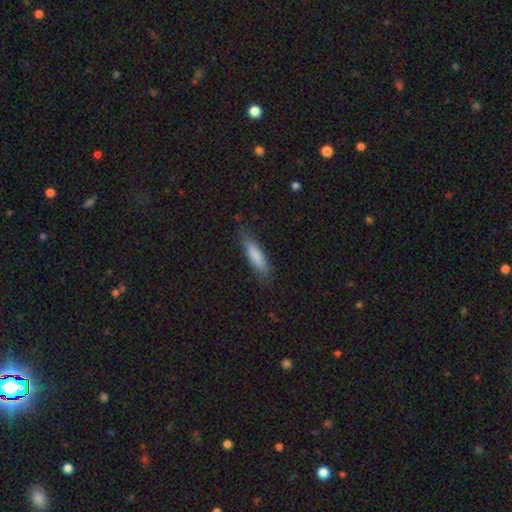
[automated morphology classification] This is clearly a smooth galaxy (83%). How rounded: likely cigar-shaped (69%). Merging: likely none (80%).